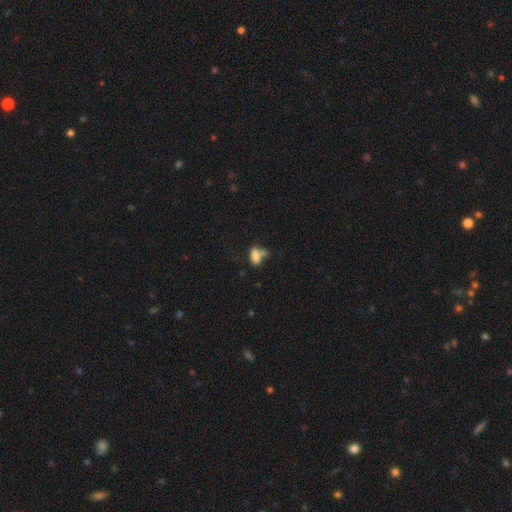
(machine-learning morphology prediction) smooth_or_featured: smooth (p=0.77) [alt: featured or disk p=0.11]
how_rounded: in between (p=0.85) [alt: round p=0.09]
merging: none (p=0.35) [alt: merger p=0.33]